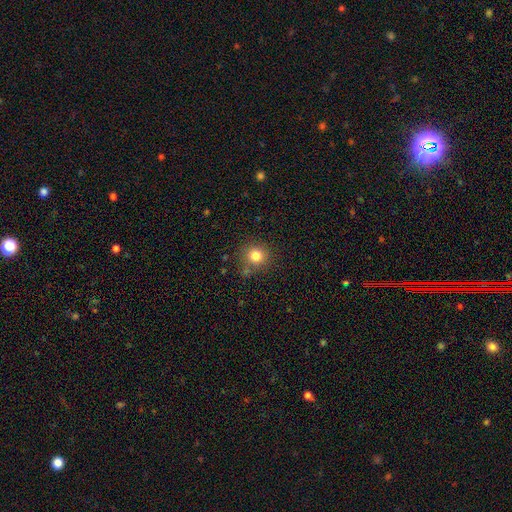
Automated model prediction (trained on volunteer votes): A smooth galaxy with no disk features (80%) that is round (92%). Merging: none (81%).